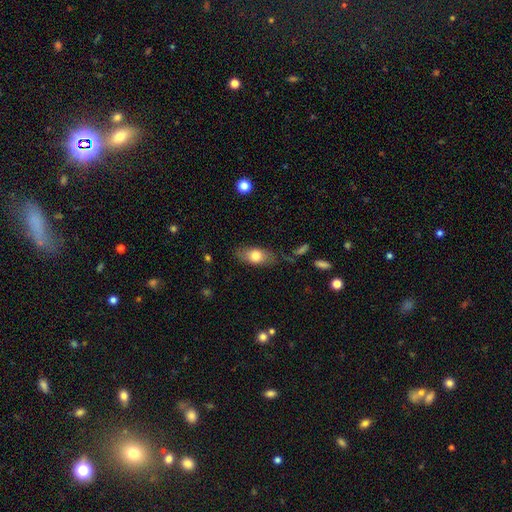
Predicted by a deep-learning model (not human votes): Smooth or featured? Predicted: smooth (p=0.74). How rounded? Predicted: in between (p=0.82). Merging? Predicted: none (p=0.69).